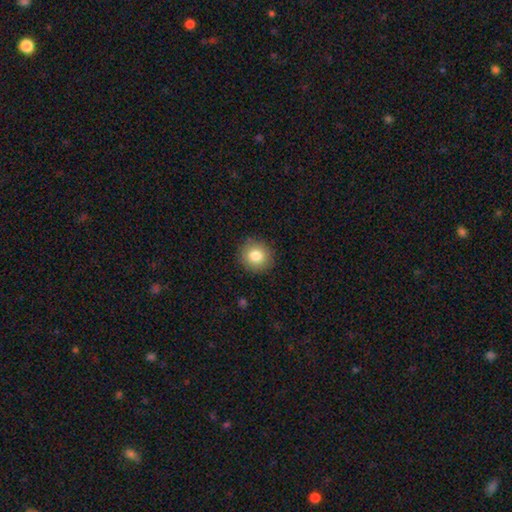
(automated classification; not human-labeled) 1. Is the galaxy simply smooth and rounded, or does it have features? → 82% smooth, 10% star or artifact, 8% featured or disk.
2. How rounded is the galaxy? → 88% round, 11% in between, 1% cigar-shaped.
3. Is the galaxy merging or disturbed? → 90% none, 7% minor disturbance, 2% major disturbance, 1% merger.